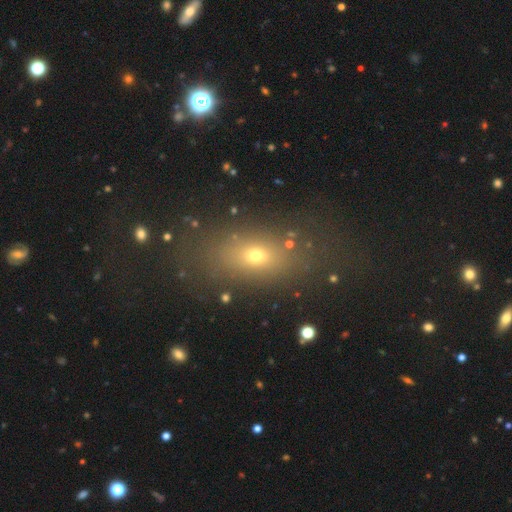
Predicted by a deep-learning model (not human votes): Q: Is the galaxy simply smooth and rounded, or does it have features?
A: smooth — 66%.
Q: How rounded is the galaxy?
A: in between — 73%.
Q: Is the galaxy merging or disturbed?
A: none — 79%.